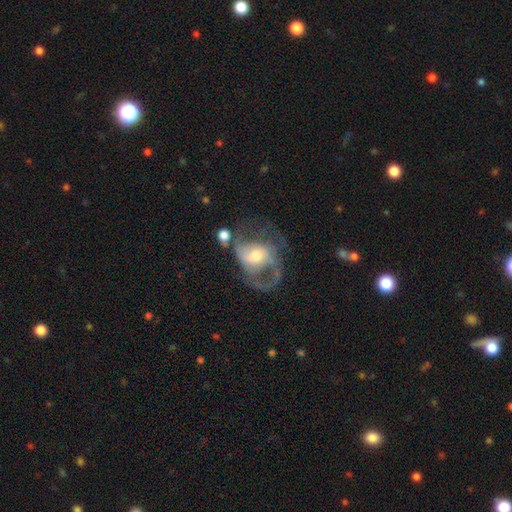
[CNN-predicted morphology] smooth-or-featured: featured or disk: 75% | smooth: 18% | star or artifact: 7%
  disk-edge-on: no: 97% | yes: 3%
    bar: no: 54% | weak: 35% | strong: 11%
    has-spiral-arms: yes: 80% | no: 20%
      spiral-winding: medium: 44% | loose: 41% | tight: 16%
      spiral-arm-count: 2: 56% | 1: 19% | can't tell: 16% | 3: 6% | 4: 2% | more than 4: 2%
    bulge-size: moderate: 63% | small: 26% | large: 8% | none: 2% | dominant: 1%
  merging: major disturbance: 40% | none: 33% | minor disturbance: 17% | merger: 10%